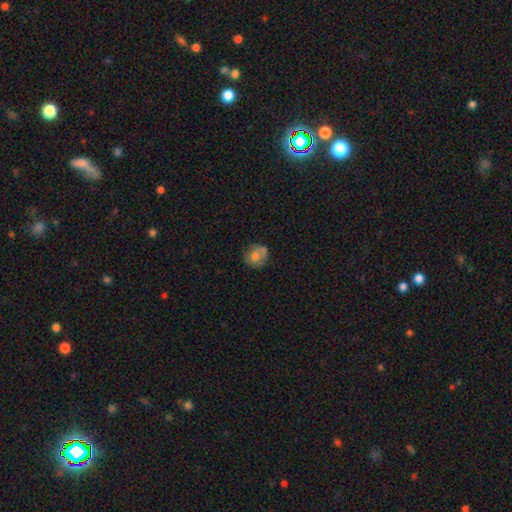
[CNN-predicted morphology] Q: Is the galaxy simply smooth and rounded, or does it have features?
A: smooth — 69%.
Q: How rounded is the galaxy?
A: round — 84%.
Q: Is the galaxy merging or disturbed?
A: none — 59%.